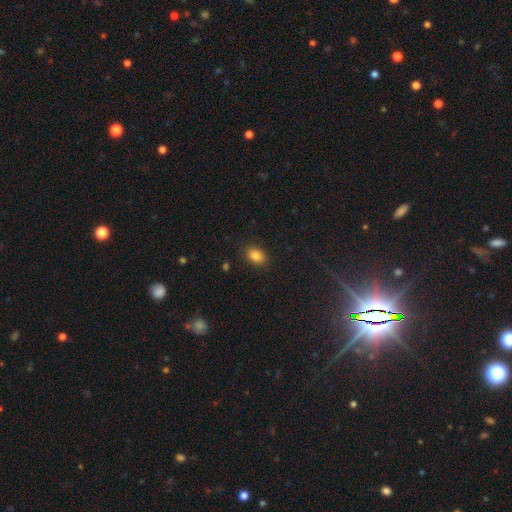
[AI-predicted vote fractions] A smooth galaxy with no disk features (85%) that is in between round and cigar-shaped (82%). Merging: none (87%).